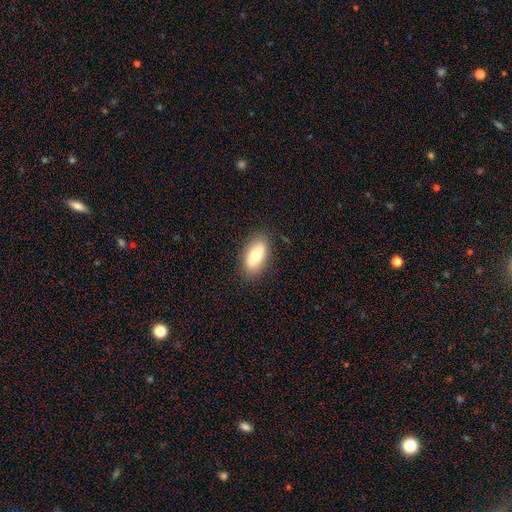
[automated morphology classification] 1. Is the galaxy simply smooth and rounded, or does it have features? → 75% smooth, 18% featured or disk, 7% star or artifact.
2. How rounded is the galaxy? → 91% in between, 5% cigar-shaped, 4% round.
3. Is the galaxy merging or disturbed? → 85% none, 11% minor disturbance, 3% major disturbance, 1% merger.